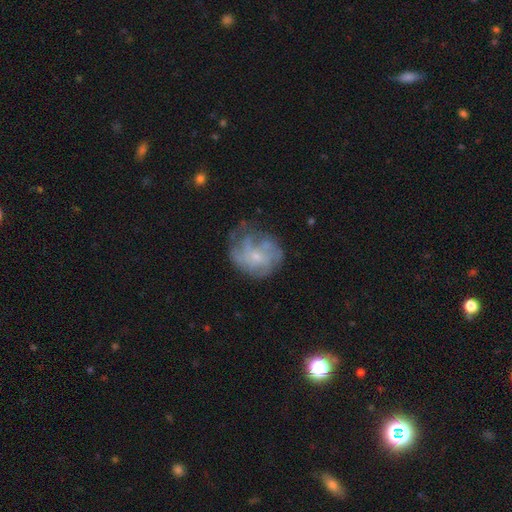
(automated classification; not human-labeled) Morphology: type=featured or disk (69%); edge-on=no (98%); bar=no (74%); spiral arms=yes (77%); winding=tight (43%); arm count=can't tell (46%); bulge=small (72%); merging=none (54%).